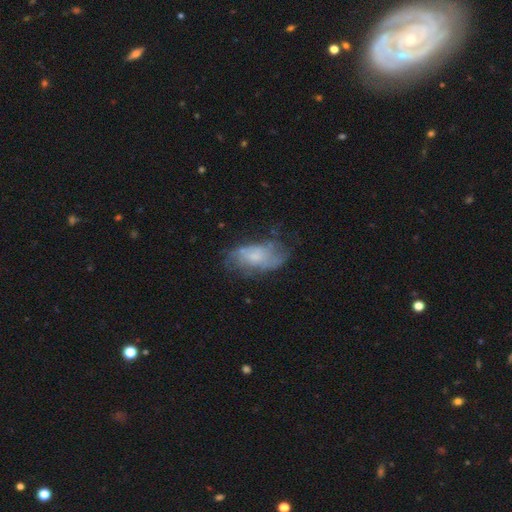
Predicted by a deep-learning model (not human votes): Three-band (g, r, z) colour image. It shows a featured or disk galaxy (51%). Merging: none (51%).